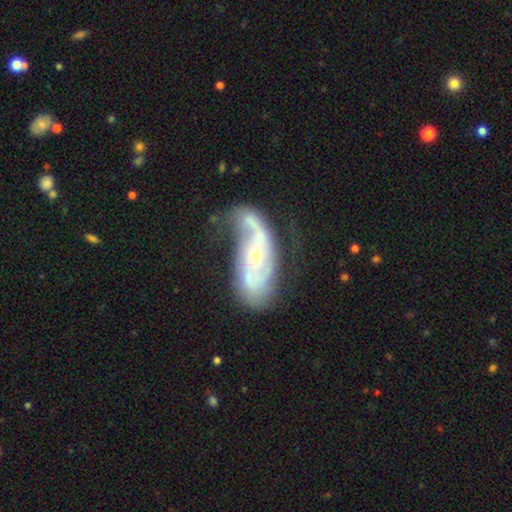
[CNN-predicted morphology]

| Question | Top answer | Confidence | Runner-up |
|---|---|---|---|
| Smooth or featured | featured or disk | 80% | smooth (14%) |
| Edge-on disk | no | 93% | yes (7%) |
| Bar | no | 60% | weak (27%) |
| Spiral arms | yes | 83% | no (17%) |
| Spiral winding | medium | 39% | loose (35%) |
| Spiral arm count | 2 | 65% | can't tell (17%) |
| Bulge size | small | 53% | moderate (43%) |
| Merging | none | 35% | minor disturbance (27%) |